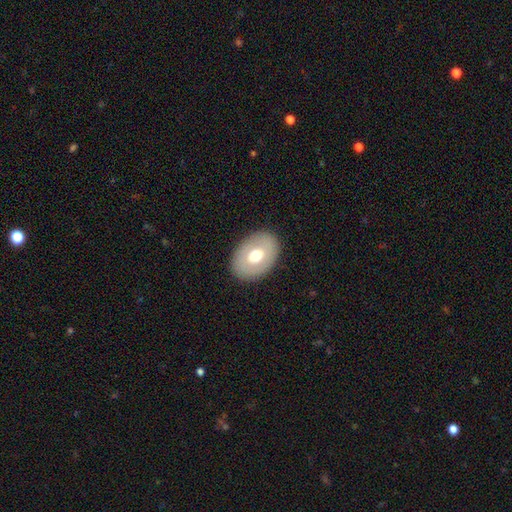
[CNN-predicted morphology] smooth 61%, featured or disk 32%, star or artifact 7%. Down the decision tree: how rounded — in between (78%); merging — none (87%).